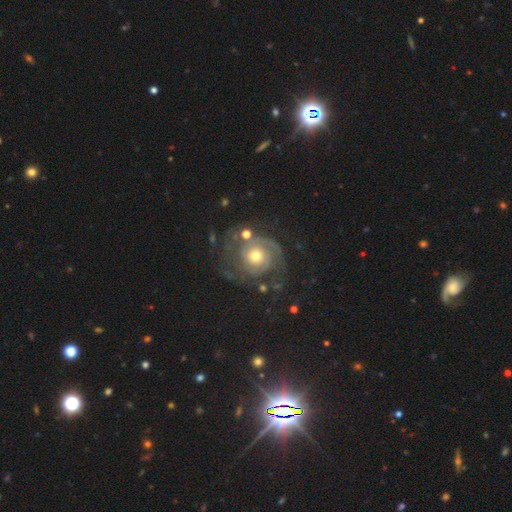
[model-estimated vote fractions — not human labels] featured or disk 83%, smooth 11%, star or artifact 7%. Down the decision tree: edge-on disk — no (98%); bar — no (83%); spiral arms — yes (94%); spiral arm count — 2 (36%); spiral winding — tight (66%); bulge size — moderate (61%); merging — none (62%).